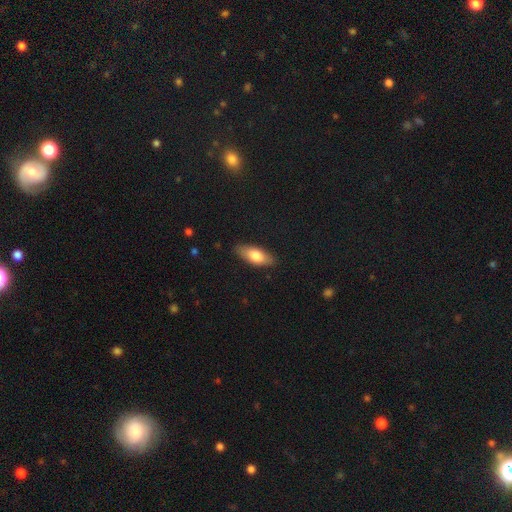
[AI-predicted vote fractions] The model was most divided on "smooth or featured": smooth: 75%, featured or disk: 20%, star or artifact: 6%. More confident: merging — none (85%); how rounded — in between (77%).